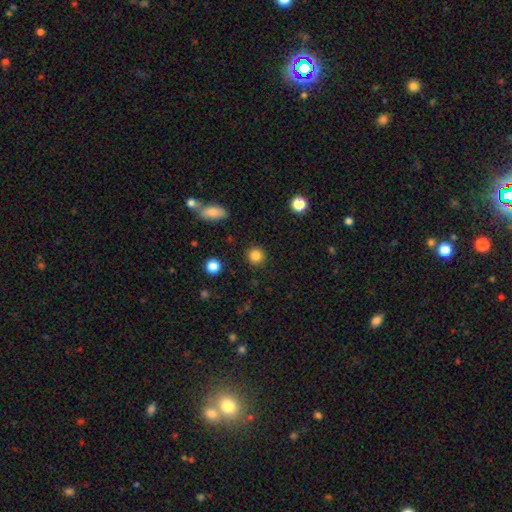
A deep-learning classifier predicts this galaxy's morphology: smooth_or_featured: smooth (p=0.85) [alt: star or artifact p=0.11]
how_rounded: round (p=0.92) [alt: in between p=0.07]
merging: none (p=0.91) [alt: minor disturbance p=0.05]